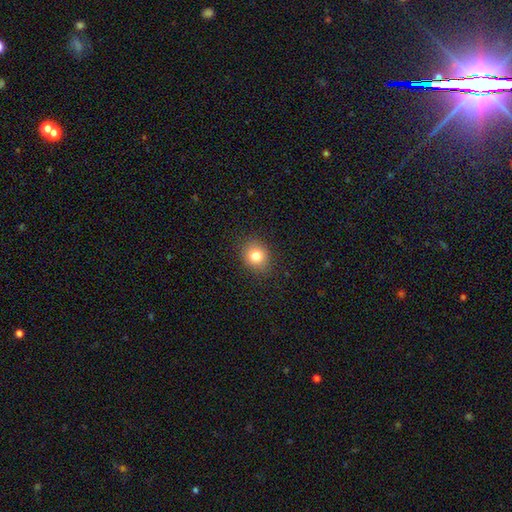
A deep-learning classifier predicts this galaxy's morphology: type=smooth (80%); roundness=round (70%); merging=none (88%).